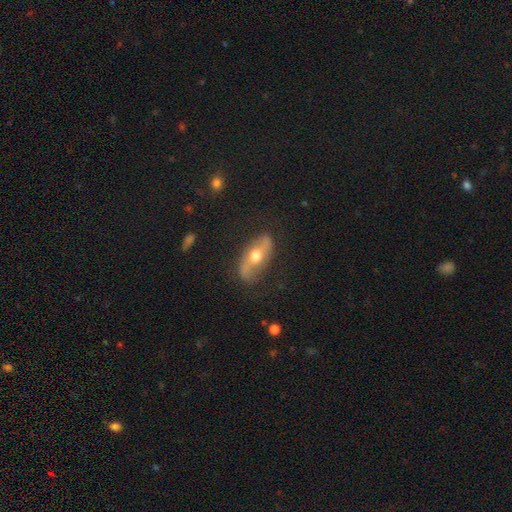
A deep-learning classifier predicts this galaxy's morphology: smooth-or-featured: featured or disk: 66% | smooth: 28% | star or artifact: 6%
  disk-edge-on: no: 76% | yes: 24%
    bar: no: 40% | strong: 35% | weak: 25%
    has-spiral-arms: yes: 62% | no: 38%
    bulge-size: moderate: 77% | small: 14% | large: 7% | dominant: 1% | none: 1%
  merging: none: 76% | minor disturbance: 16% | major disturbance: 6% | merger: 2%